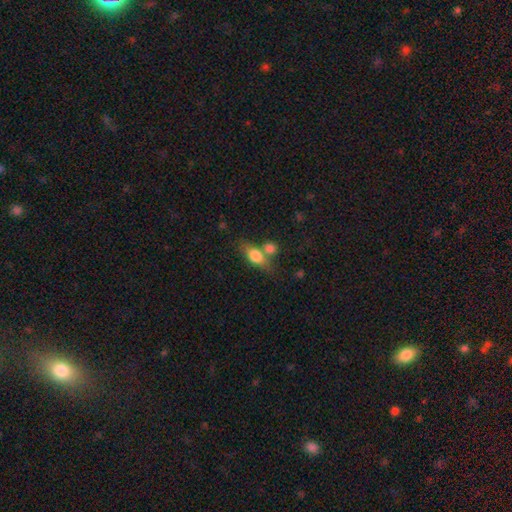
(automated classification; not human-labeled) Smooth or featured?
  - smooth: 74% *
  - featured or disk: 19%
  - star or artifact: 8%
How rounded?
  - in between: 72% *
  - cigar-shaped: 15%
  - round: 13%
Merging?
  - none: 49% *
  - merger: 31%
  - minor disturbance: 14%
  - major disturbance: 6%